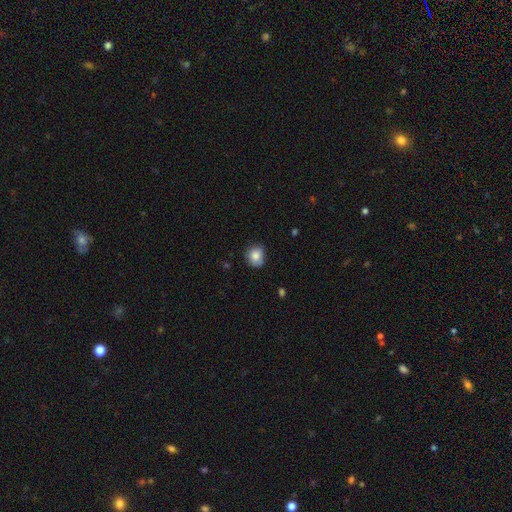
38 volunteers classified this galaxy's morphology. smooth-or-featured: smooth: 84% | star or artifact: 11% | featured or disk: 5%
  how-rounded: round: 75% | in between: 25% | cigar-shaped: 0%
  merging: none: 76% | minor disturbance: 18% | major disturbance: 3% | merger: 3%